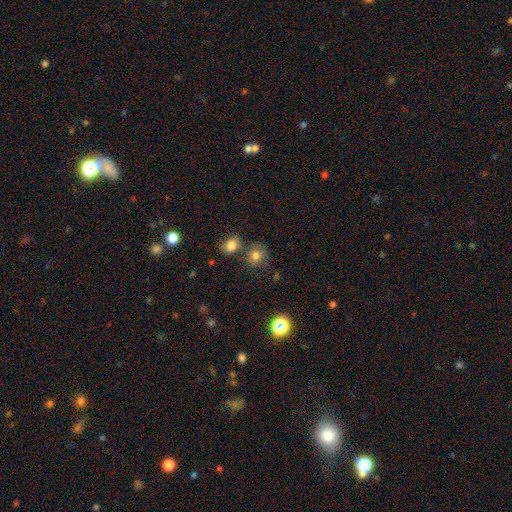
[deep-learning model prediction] smooth_or_featured: smooth (p=0.77) [alt: star or artifact p=0.13]
how_rounded: round (p=0.73) [alt: in between p=0.26]
merging: none (p=0.61) [alt: merger p=0.20]